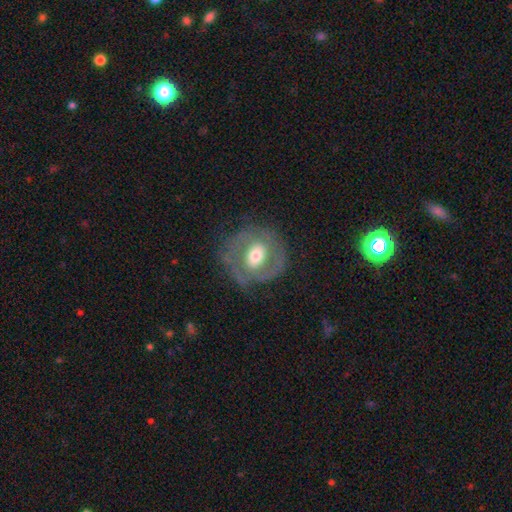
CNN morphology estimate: type=featured or disk (62%); edge-on=no (95%); bar=no (48%); spiral arms=no (52%); bulge=moderate (66%); merging=none (64%).